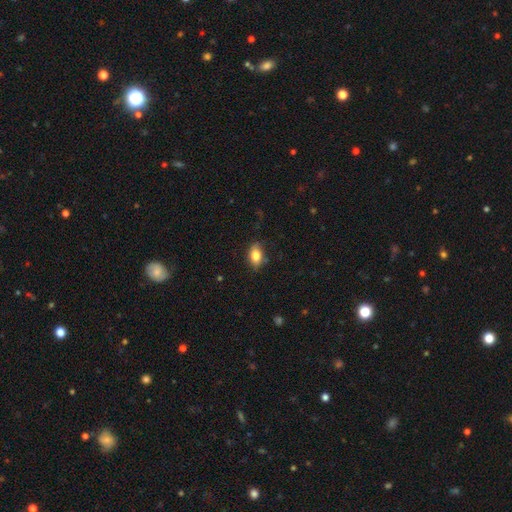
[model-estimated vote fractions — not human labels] Smooth or featured? Predicted: smooth (p=0.81). How rounded? Predicted: in between (p=0.84). Merging? Predicted: none (p=0.77).